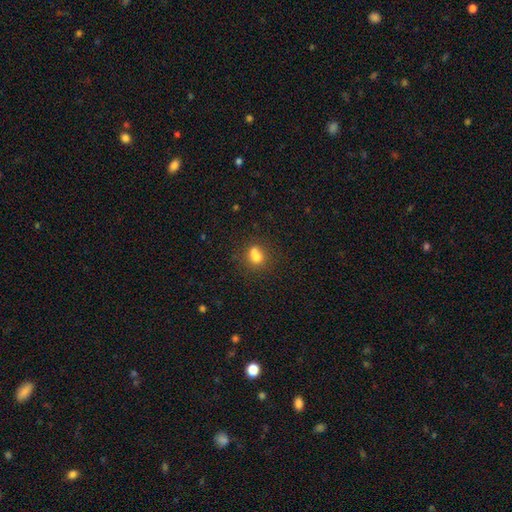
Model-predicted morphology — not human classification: This appears to be a smooth galaxy with no disk features (71%) that is round (64%). Merging: merger (44%).